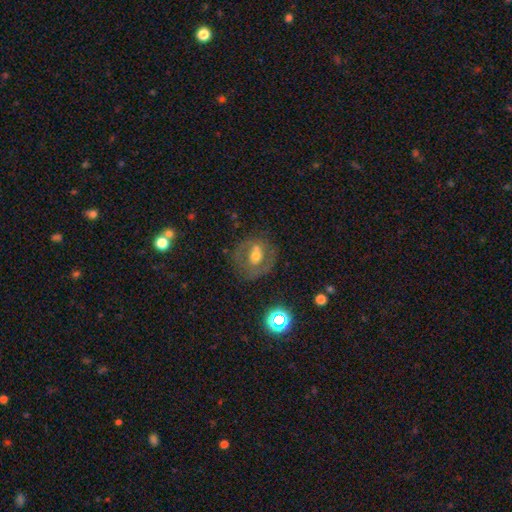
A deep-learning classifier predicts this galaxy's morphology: Overall: featured or disk (58%; smooth 30%). Edge-on disk: no (94%). Bar: no (47%; weak 34%). Spiral arms: no (61%; yes 39%). Bulge size: moderate (70%). Merging: none (71%).